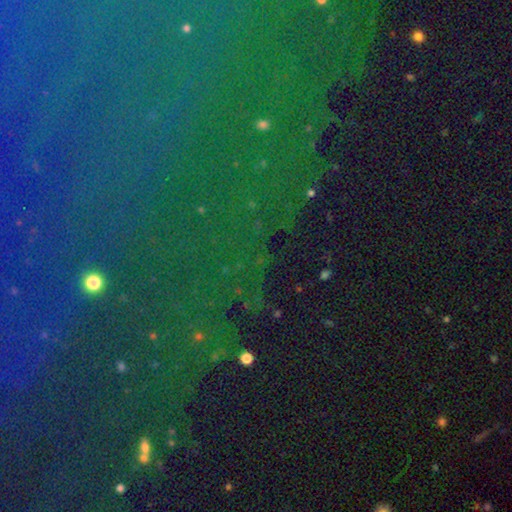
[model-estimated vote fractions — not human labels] Morphology: type=star or artifact (85%).